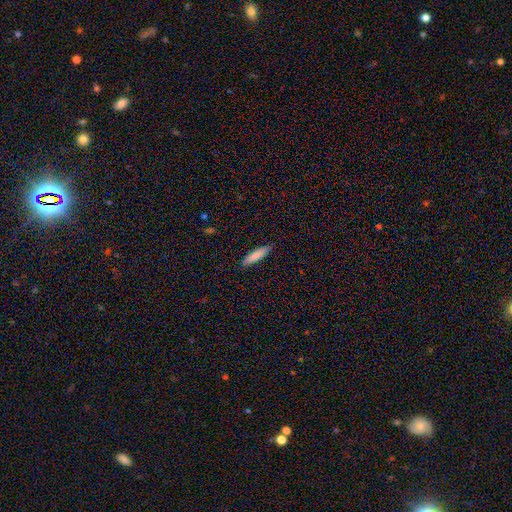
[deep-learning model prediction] Smooth or featured: smooth — 83% (featured or disk — 11%)
How rounded: cigar-shaped — 76% (in between — 23%)
Merging: none — 86% (minor disturbance — 11%)